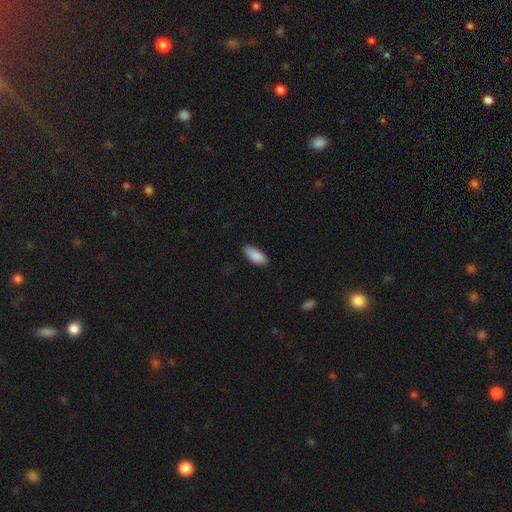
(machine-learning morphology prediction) smooth_or_featured: smooth (p=0.89) [alt: star or artifact p=0.06]
how_rounded: in between (p=0.85) [alt: cigar-shaped p=0.14]
merging: none (p=0.84) [alt: minor disturbance p=0.13]